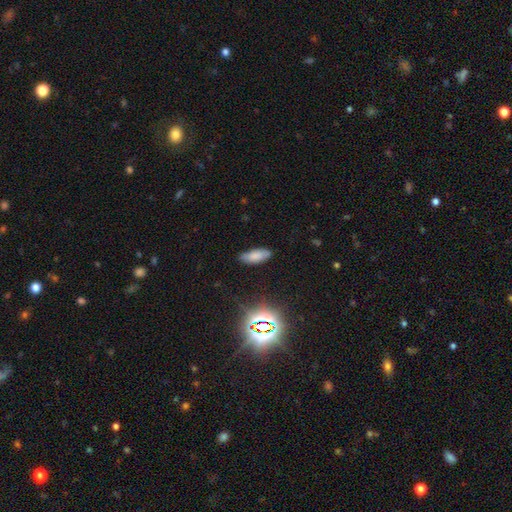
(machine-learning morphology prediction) smooth_or_featured: smooth (p=0.74) [alt: star or artifact p=0.13]
how_rounded: in between (p=0.77) [alt: cigar-shaped p=0.20]
merging: none (p=0.79) [alt: minor disturbance p=0.16]